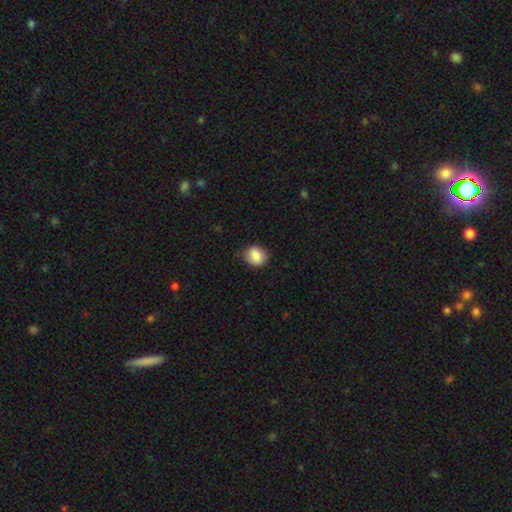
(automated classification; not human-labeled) Q: Smooth or featured?
A: smooth (87%); runner-up: star or artifact (8%)
Q: How rounded?
A: round (62%); runner-up: in between (37%)
Q: Merging?
A: none (77%); runner-up: minor disturbance (18%)